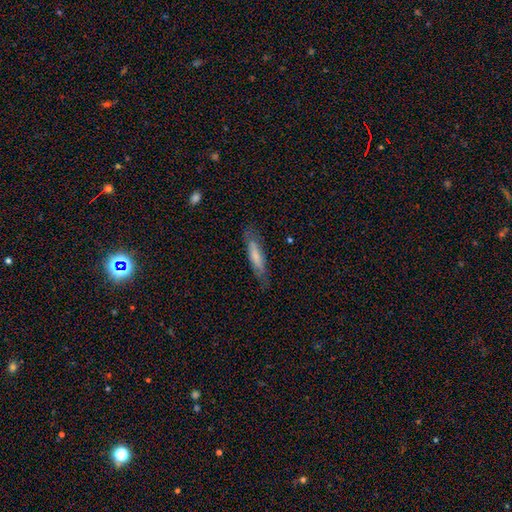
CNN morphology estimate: smooth-or-featured: smooth: 64% | featured or disk: 30% | star or artifact: 7%
  how-rounded: cigar-shaped: 77% | in between: 22% | round: 1%
  merging: none: 74% | minor disturbance: 19% | major disturbance: 6% | merger: 1%